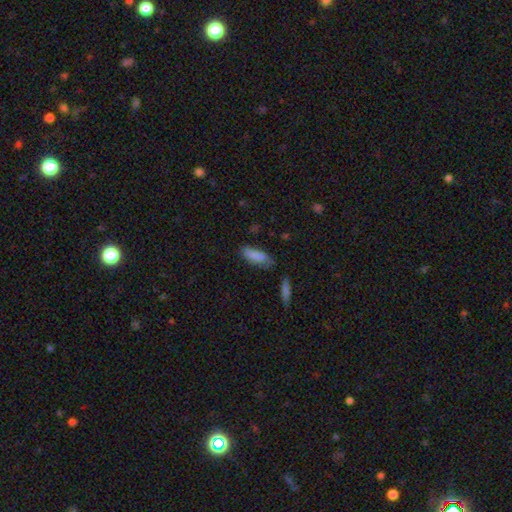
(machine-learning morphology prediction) Smooth or featured? Predicted: smooth (p=0.83). How rounded? Predicted: in between (p=0.66). Merging? Predicted: none (p=0.59).